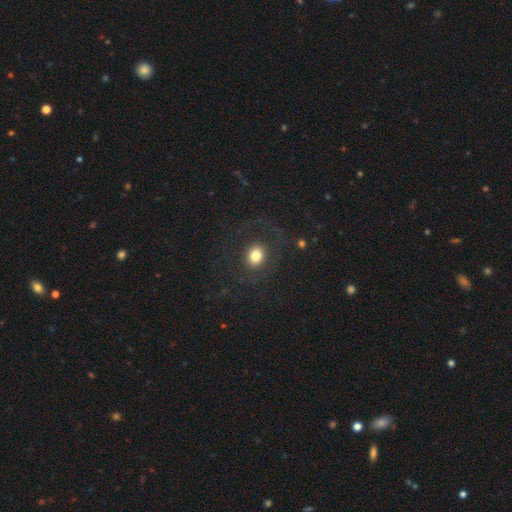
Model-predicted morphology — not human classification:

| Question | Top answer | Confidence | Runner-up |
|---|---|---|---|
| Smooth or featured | smooth | 73% | featured or disk (15%) |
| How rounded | round | 60% | in between (39%) |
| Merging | none | 78% | major disturbance (11%) |